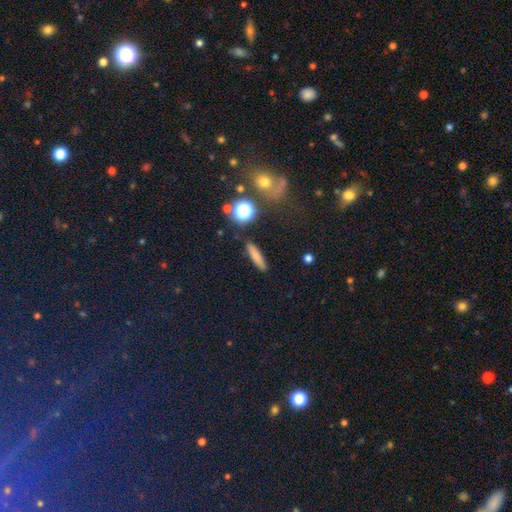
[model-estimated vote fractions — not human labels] smooth 75%, featured or disk 13%, star or artifact 12%. Down the decision tree: how rounded — cigar-shaped (85%); merging — none (88%).